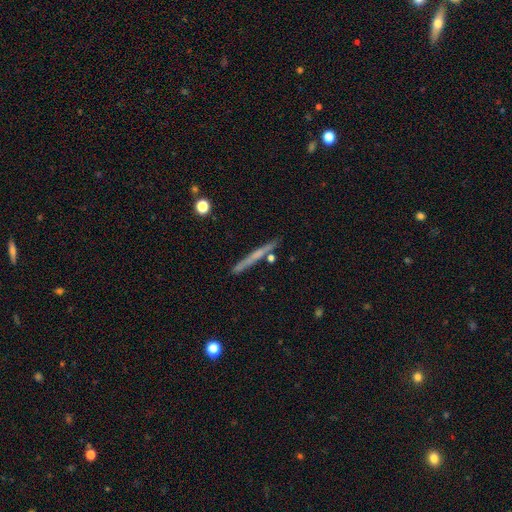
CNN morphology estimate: Smooth or featured? featured or disk (49%)
Merging? none (85%)